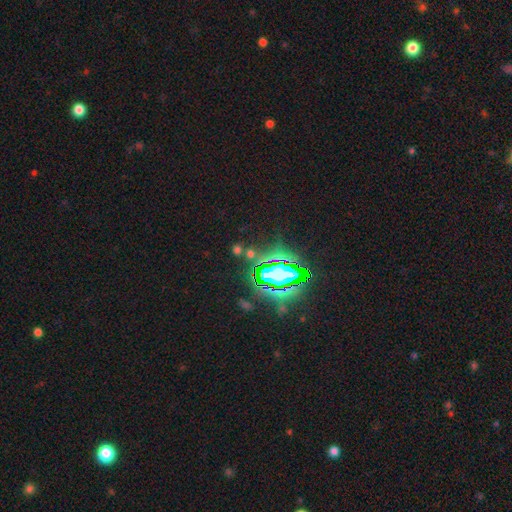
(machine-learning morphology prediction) Smooth or featured: star or artifact — 73% (smooth — 14%)